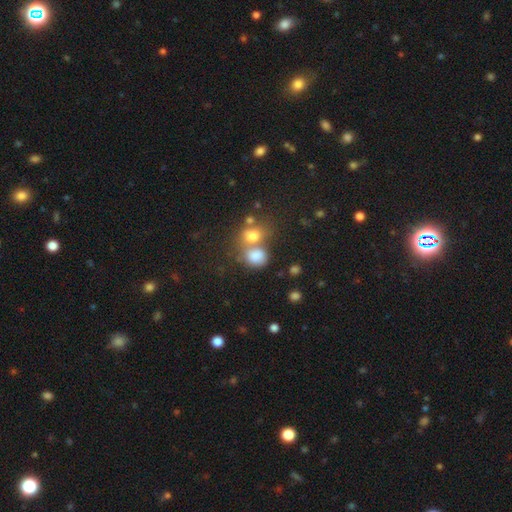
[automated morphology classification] A smooth galaxy with no disk features (78%) that is round (53%). Merging: merger (54%).